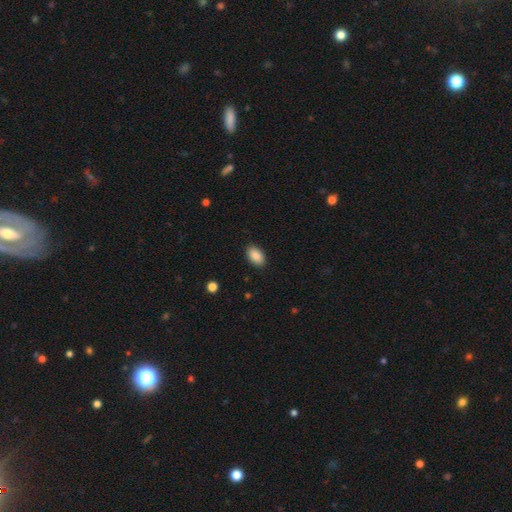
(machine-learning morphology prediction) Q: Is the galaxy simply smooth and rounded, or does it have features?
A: smooth — 89%.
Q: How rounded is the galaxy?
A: in between — 93%.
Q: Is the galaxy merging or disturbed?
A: none — 88%.